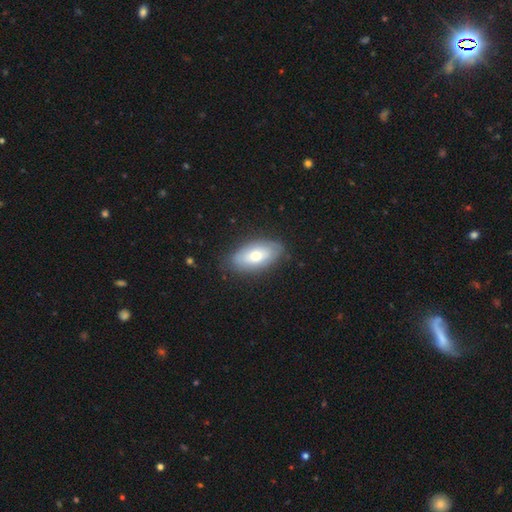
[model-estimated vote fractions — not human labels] Smooth or featured?
  - smooth: 57% *
  - featured or disk: 37%
  - star or artifact: 6%
How rounded?
  - in between: 91% *
  - cigar-shaped: 5%
  - round: 3%
Merging?
  - none: 82% *
  - minor disturbance: 14%
  - major disturbance: 3%
  - merger: 1%